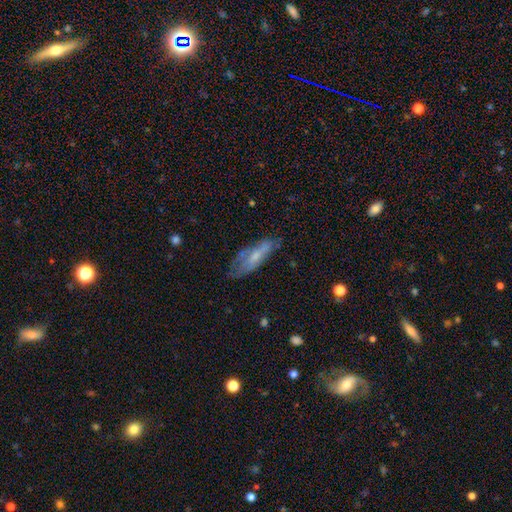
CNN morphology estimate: smooth-or-featured: smooth: 49% | featured or disk: 44% | star or artifact: 7%
  merging: none: 53% | minor disturbance: 29% | major disturbance: 14% | merger: 3%